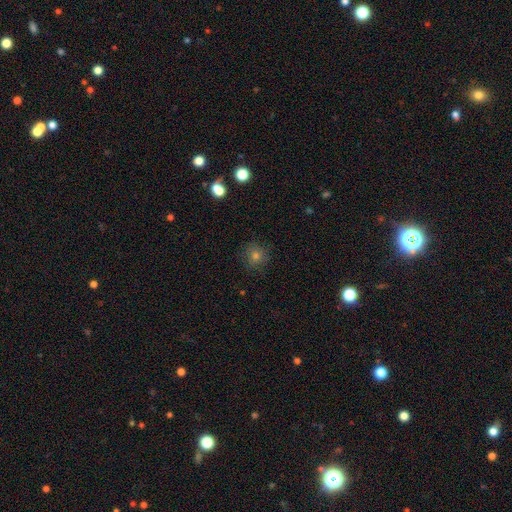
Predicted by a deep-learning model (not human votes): A smooth galaxy with no disk features (63%) that is round (92%). Merging: none (86%).